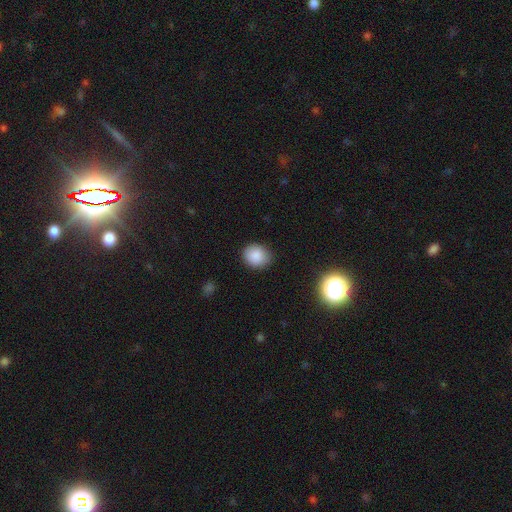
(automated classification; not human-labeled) A smooth galaxy with no disk features (86%) that is round (67%).

Vote fractions:
- Smooth or featured? smooth: 86% / star or artifact: 9% / featured or disk: 5%
- How rounded? round: 67% / in between: 32% / cigar-shaped: 1%
- Merging? none: 85% / minor disturbance: 12% / major disturbance: 3% / merger: 1%